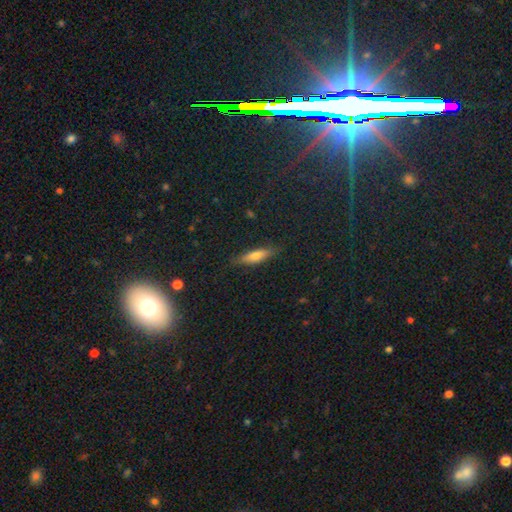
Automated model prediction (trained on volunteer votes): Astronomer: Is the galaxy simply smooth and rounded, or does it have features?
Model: smooth — 64%.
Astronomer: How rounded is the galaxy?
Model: cigar-shaped — 66%.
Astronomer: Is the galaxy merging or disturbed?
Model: none — 85%.